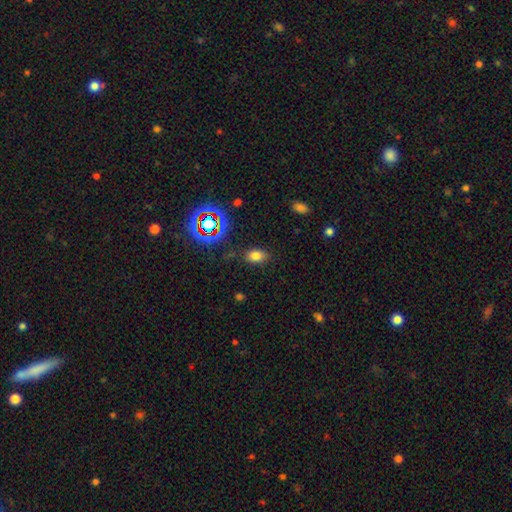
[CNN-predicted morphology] A smooth galaxy with no disk features (73%) that is in between round and cigar-shaped (83%). Merging: none (82%).